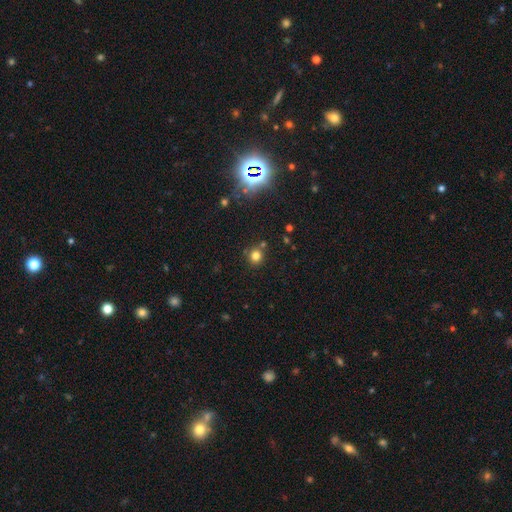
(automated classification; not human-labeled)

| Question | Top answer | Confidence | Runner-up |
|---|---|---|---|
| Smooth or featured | smooth | 76% | star or artifact (17%) |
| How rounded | round | 89% | in between (10%) |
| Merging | none | 79% | merger (10%) |